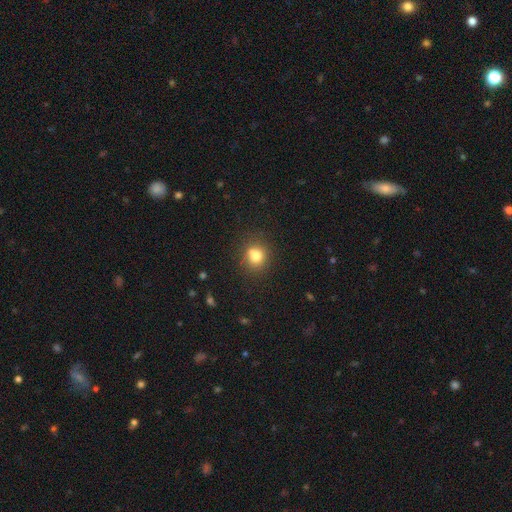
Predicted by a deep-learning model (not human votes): Morphology: type=smooth (76%); roundness=round (80%); merging=none (66%).